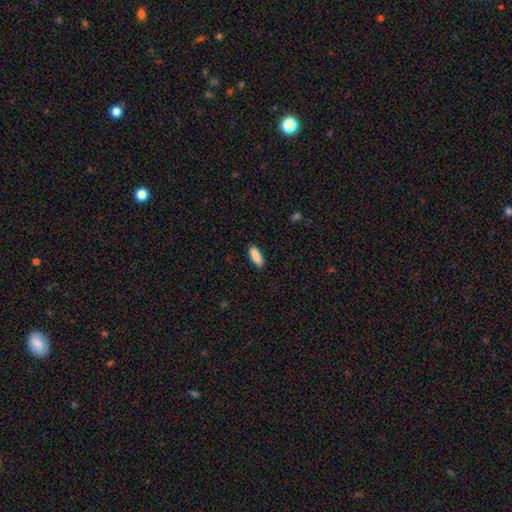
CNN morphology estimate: Smooth or featured? Predicted: smooth (p=0.90). How rounded? Predicted: in between (p=0.73). Merging? Predicted: none (p=0.88).